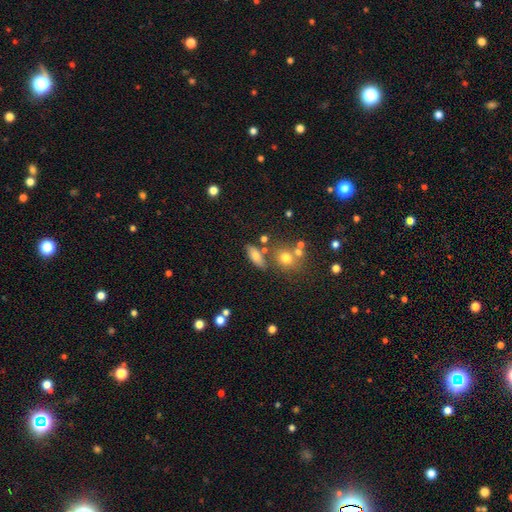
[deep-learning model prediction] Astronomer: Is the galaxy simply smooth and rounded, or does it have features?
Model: smooth — 68%.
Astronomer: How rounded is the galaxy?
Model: in between — 64%.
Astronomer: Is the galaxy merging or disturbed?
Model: none — 70%.